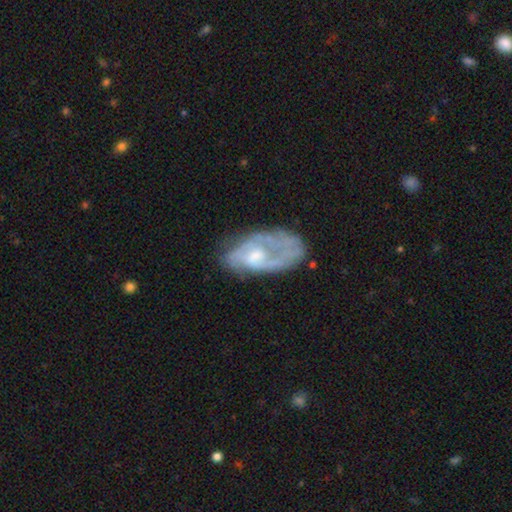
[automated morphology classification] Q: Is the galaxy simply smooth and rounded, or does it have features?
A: featured or disk — 68%.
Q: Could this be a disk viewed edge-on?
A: no — 94%.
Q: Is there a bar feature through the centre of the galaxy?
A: no — 68%.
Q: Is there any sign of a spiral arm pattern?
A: yes — 67%.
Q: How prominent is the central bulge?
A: moderate — 48%.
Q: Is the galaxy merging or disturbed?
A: none — 47%.